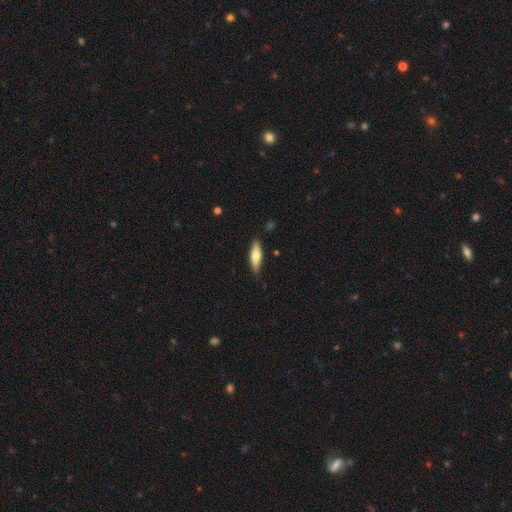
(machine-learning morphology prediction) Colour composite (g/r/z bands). It shows a smooth galaxy with no disk features (65%) that is cigar-shaped (56%). Merging: none (86%).